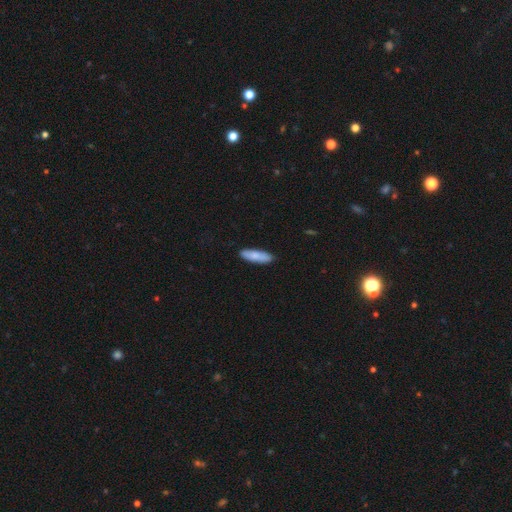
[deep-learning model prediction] Q: Smooth or featured?
A: smooth (83%); runner-up: featured or disk (12%)
Q: How rounded?
A: cigar-shaped (54%); runner-up: in between (44%)
Q: Merging?
A: none (88%); runner-up: minor disturbance (9%)